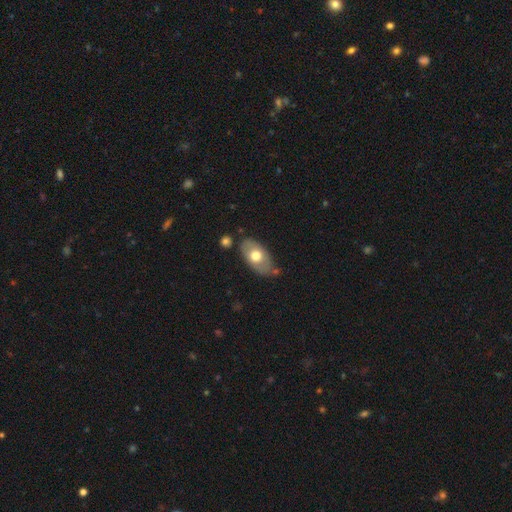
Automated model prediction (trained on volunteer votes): A smooth galaxy with no disk features (61%) that is in between round and cigar-shaped (92%).

Vote fractions:
- Smooth or featured? smooth: 61% / featured or disk: 33% / star or artifact: 6%
- How rounded? in between: 92% / round: 6% / cigar-shaped: 2%
- Merging? none: 69% / minor disturbance: 19% / merger: 7% / major disturbance: 4%